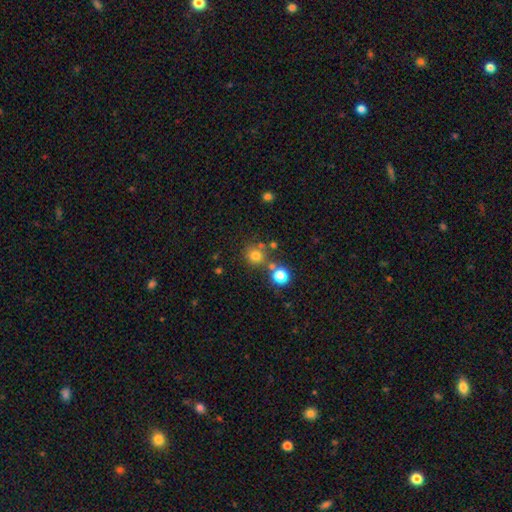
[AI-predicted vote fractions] smooth 74%, star or artifact 18%, featured or disk 8%. Down the decision tree: how rounded — round (89%); merging — none (70%).